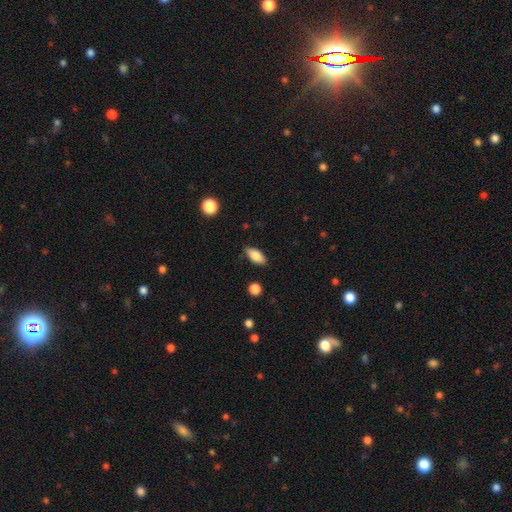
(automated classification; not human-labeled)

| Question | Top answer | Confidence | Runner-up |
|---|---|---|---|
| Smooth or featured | smooth | 83% | featured or disk (10%) |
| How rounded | in between | 86% | cigar-shaped (11%) |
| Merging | none | 84% | minor disturbance (12%) |